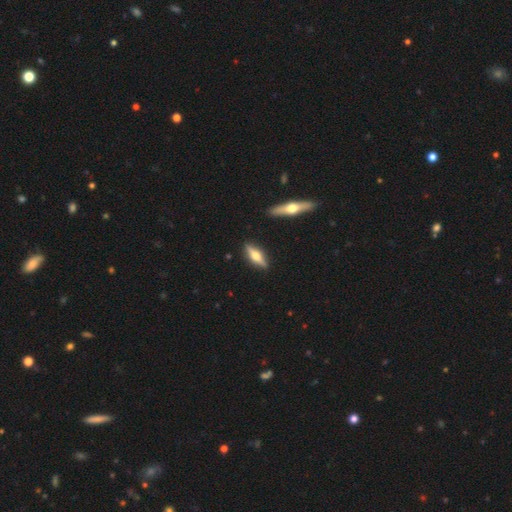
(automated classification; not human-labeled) Smooth or featured? Predicted: featured or disk (p=0.62). Edge-on disk? Predicted: yes (p=0.95). Edge-on bulge? Predicted: rounded (p=0.95). Merging? Predicted: none (p=0.89).